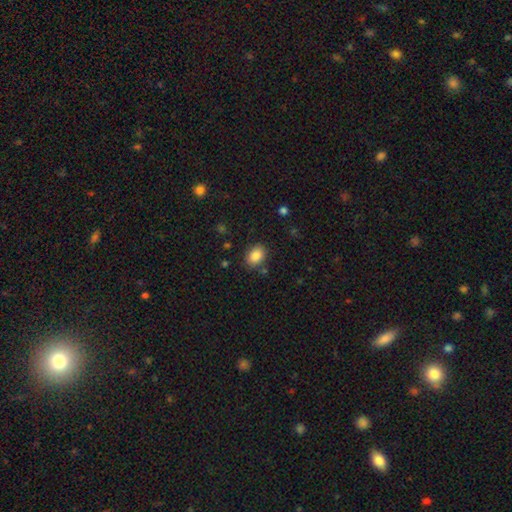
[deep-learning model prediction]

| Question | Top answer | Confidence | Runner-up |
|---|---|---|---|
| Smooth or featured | smooth | 86% | star or artifact (9%) |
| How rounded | in between | 70% | round (29%) |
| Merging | none | 82% | minor disturbance (11%) |